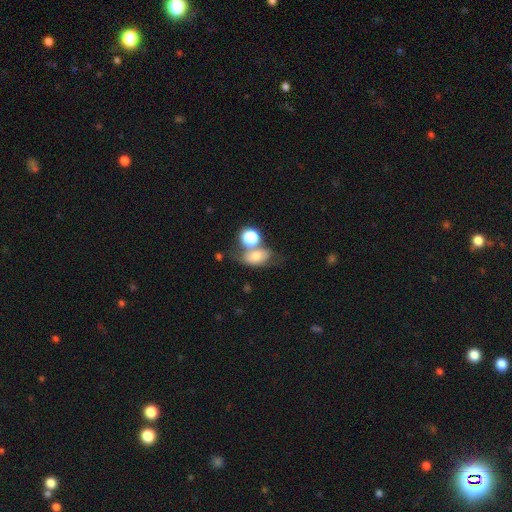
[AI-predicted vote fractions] A smooth galaxy with no disk features (70%) that is in between round and cigar-shaped (75%). Merging: none (44%).